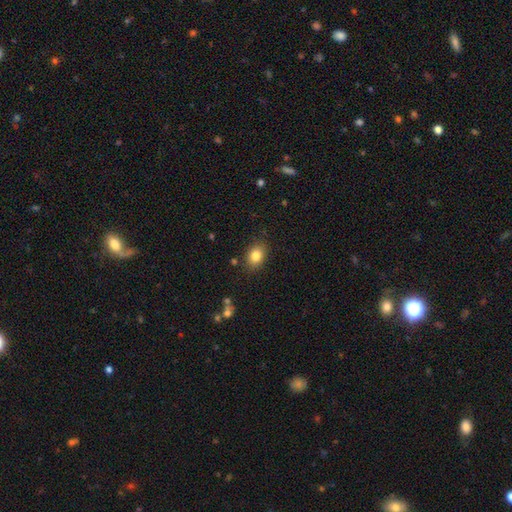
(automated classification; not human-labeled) Smooth or featured?
  - smooth: 82% *
  - star or artifact: 10%
  - featured or disk: 8%
How rounded?
  - in between: 68% *
  - round: 31%
  - cigar-shaped: 1%
Merging?
  - none: 85% *
  - minor disturbance: 11%
  - major disturbance: 3%
  - merger: 2%